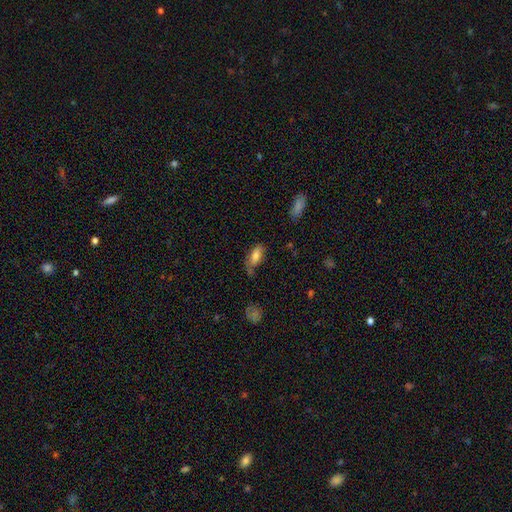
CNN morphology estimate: Smooth or featured: smooth — 76% (featured or disk — 16%)
How rounded: in between — 84% (cigar-shaped — 14%)
Merging: none — 59% (minor disturbance — 28%)